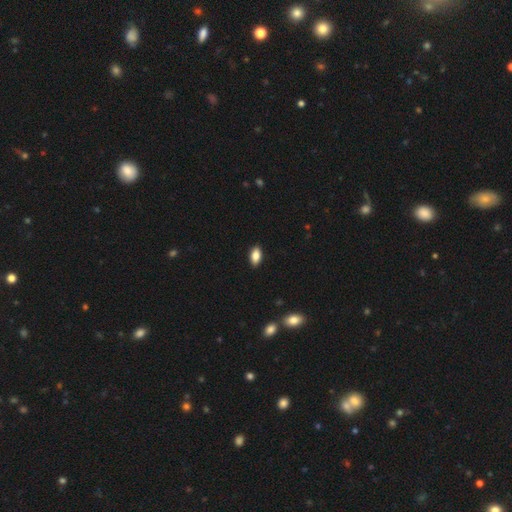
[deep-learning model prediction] Overall: smooth (84%). How rounded: in between (91%). Merging: none (90%).